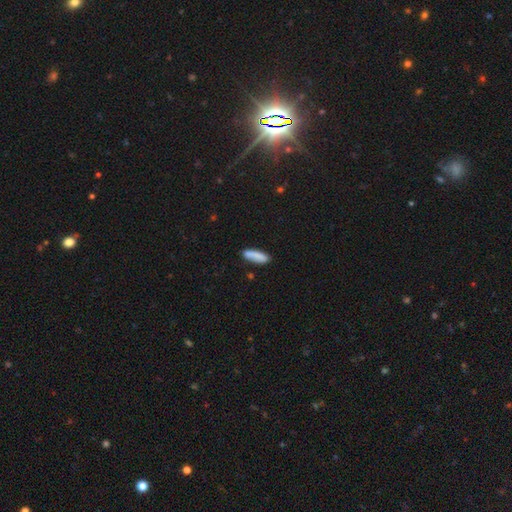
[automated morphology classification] Smooth or featured?
  - smooth: 83% *
  - featured or disk: 11%
  - star or artifact: 7%
How rounded?
  - cigar-shaped: 58% *
  - in between: 40%
  - round: 2%
Merging?
  - none: 75% *
  - minor disturbance: 17%
  - merger: 5%
  - major disturbance: 4%